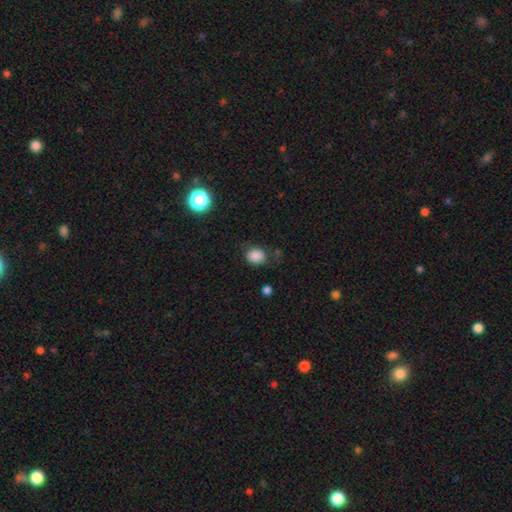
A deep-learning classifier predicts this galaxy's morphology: smooth_or_featured: smooth (p=0.85) [alt: star or artifact p=0.11]
how_rounded: round (p=0.55) [alt: in between p=0.44]
merging: none (p=0.70) [alt: minor disturbance p=0.20]